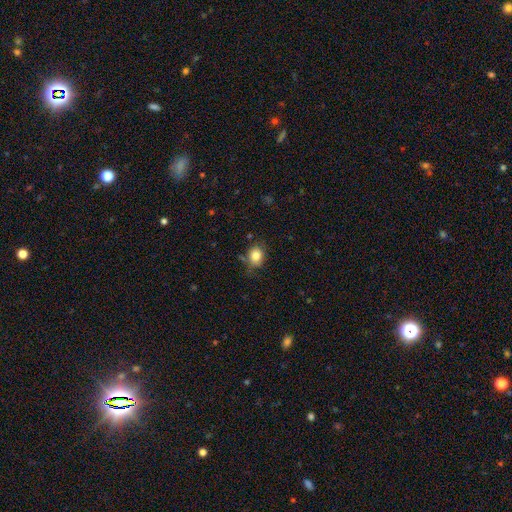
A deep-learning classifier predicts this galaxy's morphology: smooth-or-featured: smooth: 83% | star or artifact: 10% | featured or disk: 7%
  how-rounded: round: 57% | in between: 42% | cigar-shaped: 1%
  merging: none: 72% | minor disturbance: 20% | major disturbance: 4% | merger: 3%